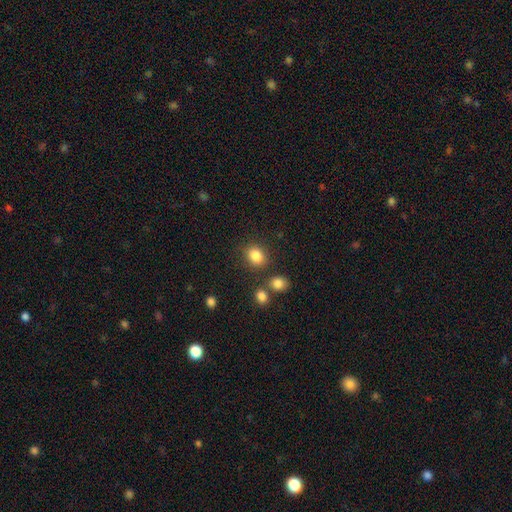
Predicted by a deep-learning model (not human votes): Smooth or featured: smooth — 84% (star or artifact — 10%)
How rounded: round — 53% (in between — 46%)
Merging: none — 78% (minor disturbance — 11%)